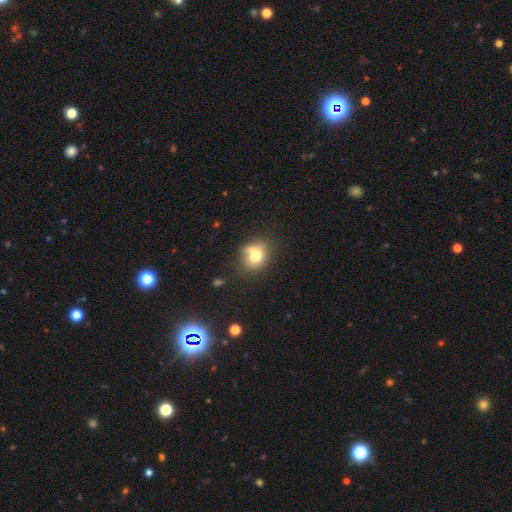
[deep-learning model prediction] smooth_or_featured: smooth (p=0.72) [alt: featured or disk p=0.17]
how_rounded: round (p=0.63) [alt: in between p=0.36]
merging: none (p=0.51) [alt: minor disturbance p=0.26]